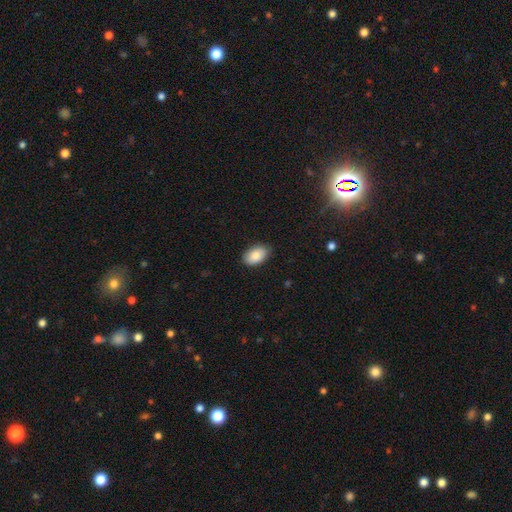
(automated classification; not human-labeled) A smooth galaxy with no disk features (86%) that is in between round and cigar-shaped (93%).

Vote fractions:
- Smooth or featured? smooth: 86% / featured or disk: 7% / star or artifact: 7%
- How rounded? in between: 93% / round: 6% / cigar-shaped: 1%
- Merging? none: 86% / minor disturbance: 11% / major disturbance: 2% / merger: 1%